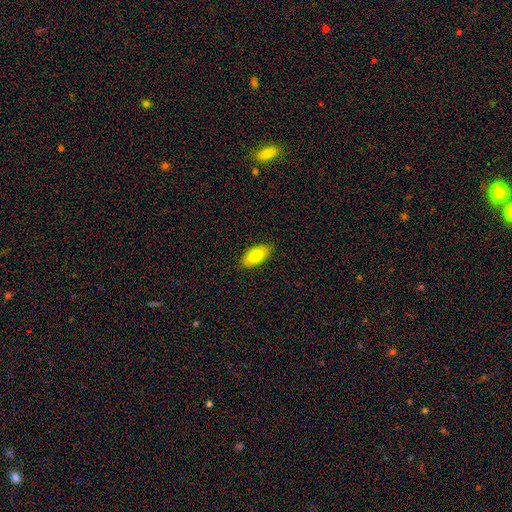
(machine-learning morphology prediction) type=smooth (78%); roundness=in between (92%); merging=none (88%).